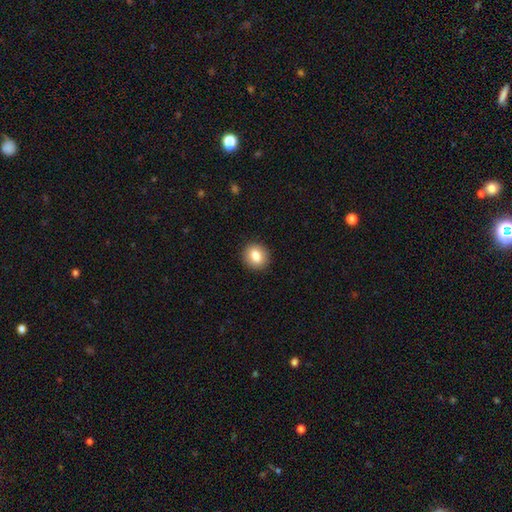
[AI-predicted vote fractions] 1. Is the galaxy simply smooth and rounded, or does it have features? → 82% smooth, 10% featured or disk, 9% star or artifact.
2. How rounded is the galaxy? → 70% round, 29% in between, 1% cigar-shaped.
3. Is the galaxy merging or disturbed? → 91% none, 6% minor disturbance, 2% major disturbance, 1% merger.